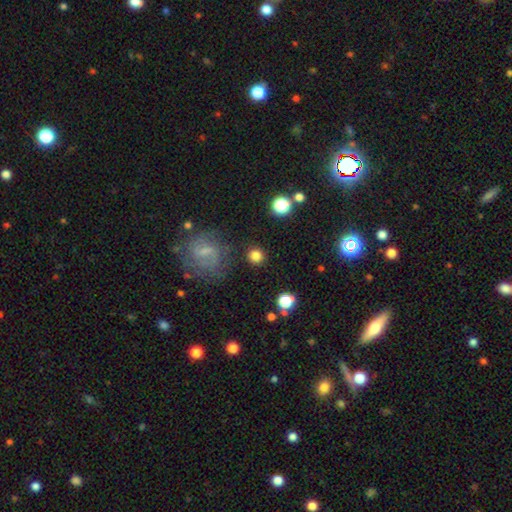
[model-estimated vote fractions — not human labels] A smooth galaxy with no disk features (80%) that is round (91%). Merging: none (86%).